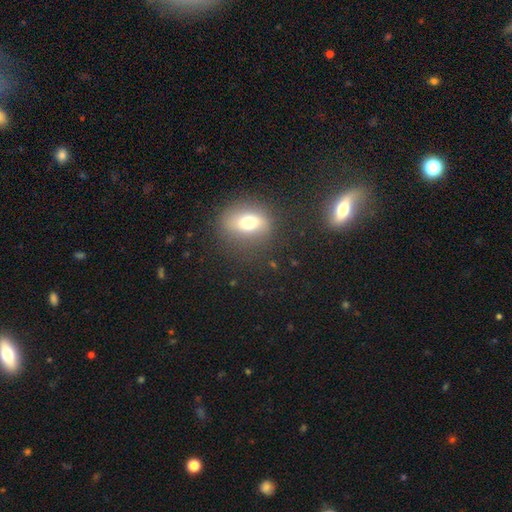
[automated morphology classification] smooth_or_featured: smooth (p=0.52) [alt: star or artifact p=0.26]
how_rounded: in between (p=0.54) [alt: round p=0.40]
merging: none (p=0.78) [alt: minor disturbance p=0.09]